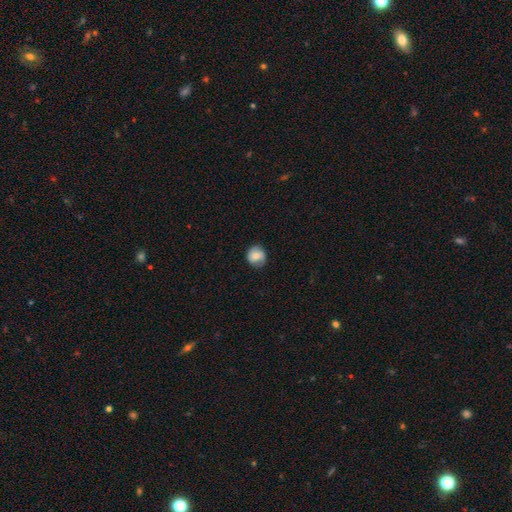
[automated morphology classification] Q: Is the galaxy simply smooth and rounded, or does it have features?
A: smooth — 71%.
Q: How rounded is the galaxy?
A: round — 85%.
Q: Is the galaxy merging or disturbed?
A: none — 76%.